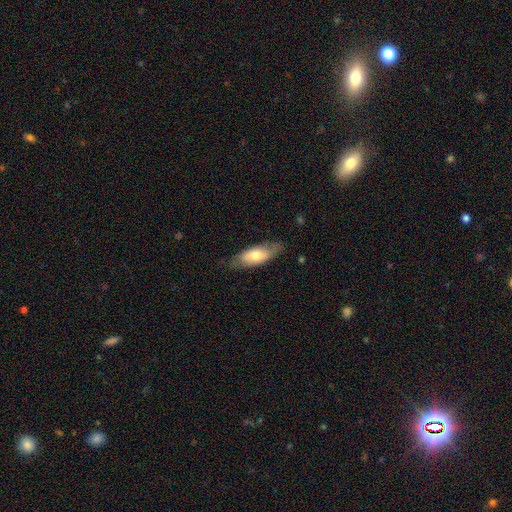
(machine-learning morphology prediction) Smooth or featured: smooth — 62% (featured or disk — 32%)
How rounded: in between — 77% (cigar-shaped — 21%)
Merging: none — 75% (minor disturbance — 19%)